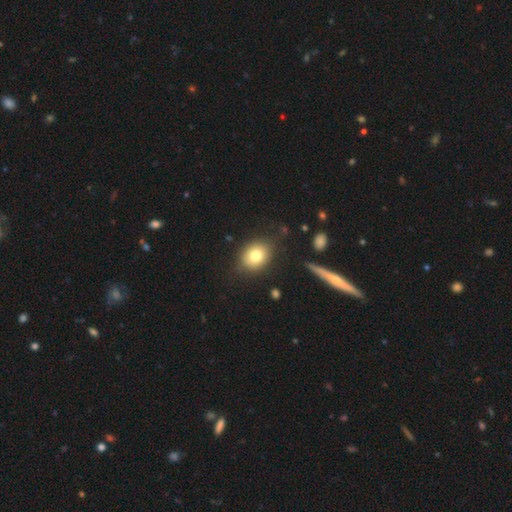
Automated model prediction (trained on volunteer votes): This appears to be a smooth galaxy with no disk features (79%) that is round (56%). Merging: none (83%).